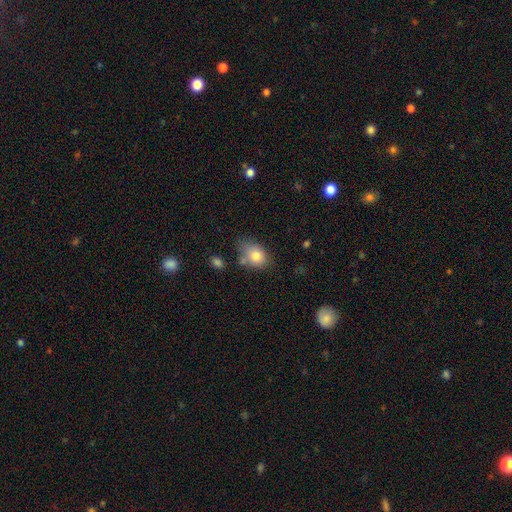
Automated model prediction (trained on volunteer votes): Smooth or featured? smooth (79%)
How rounded? in between (59%)
Merging? none (47%)